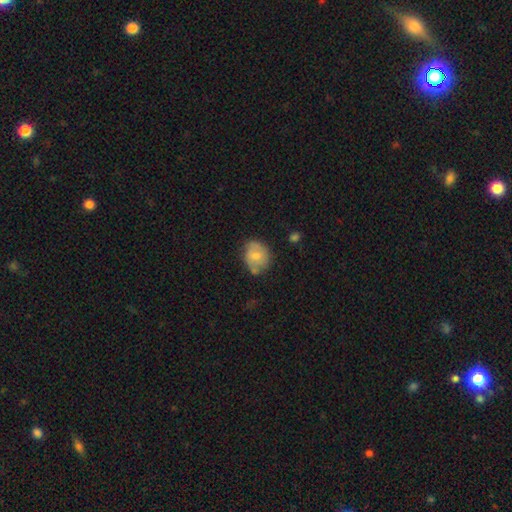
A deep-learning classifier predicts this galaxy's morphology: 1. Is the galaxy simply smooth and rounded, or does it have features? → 60% smooth, 32% featured or disk, 7% star or artifact.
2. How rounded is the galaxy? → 54% round, 45% in between, 1% cigar-shaped.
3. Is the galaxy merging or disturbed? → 57% none, 29% minor disturbance, 8% major disturbance, 6% merger.